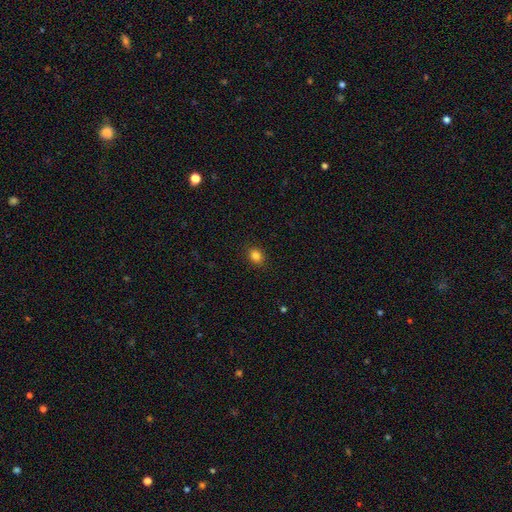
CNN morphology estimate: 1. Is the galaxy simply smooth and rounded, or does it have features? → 84% smooth, 12% star or artifact, 5% featured or disk.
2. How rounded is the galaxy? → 58% round, 41% in between, 1% cigar-shaped.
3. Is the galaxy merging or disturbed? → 90% none, 7% minor disturbance, 2% major disturbance, 1% merger.